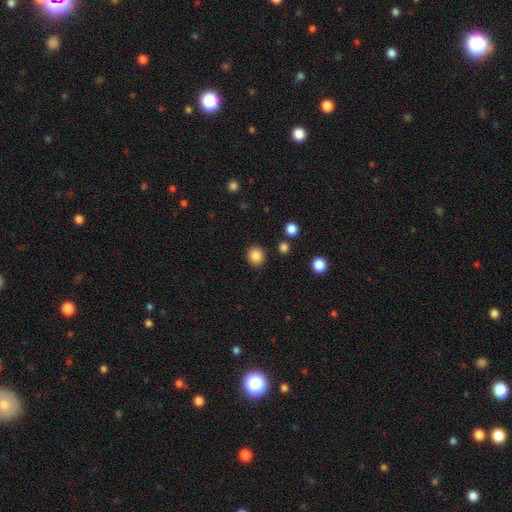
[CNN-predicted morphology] smooth_or_featured: smooth (p=0.86) [alt: star or artifact p=0.10]
how_rounded: round (p=0.84) [alt: in between p=0.15]
merging: none (p=0.89) [alt: minor disturbance p=0.06]